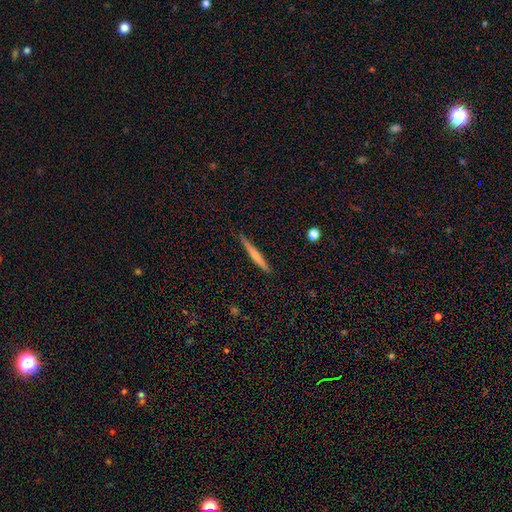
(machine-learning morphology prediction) This appears to be a smooth galaxy with no disk features (53%) that is cigar-shaped (95%). Merging: none (88%).